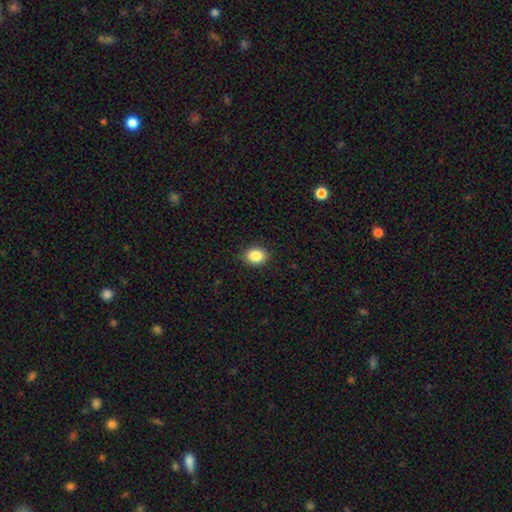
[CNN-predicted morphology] Smooth or featured: smooth — 87% (star or artifact — 9%)
How rounded: in between — 53% (round — 46%)
Merging: none — 88% (minor disturbance — 9%)